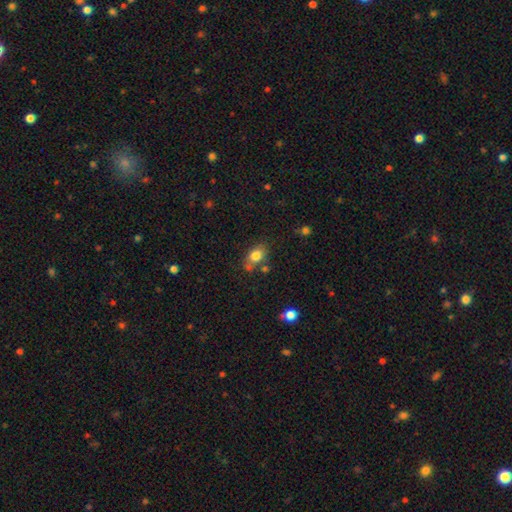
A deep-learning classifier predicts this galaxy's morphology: Overall: smooth (79%). How rounded: in between (73%). Merging: none (63%).